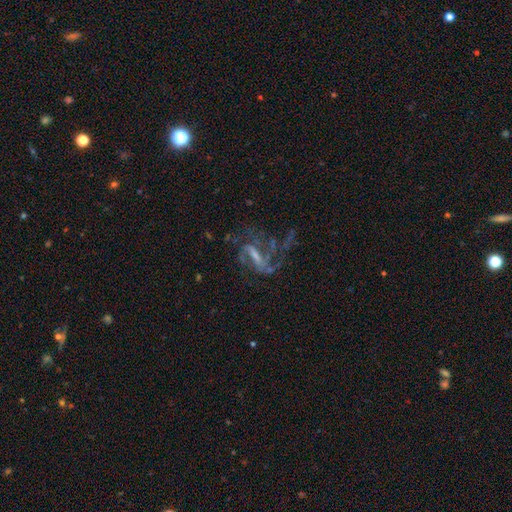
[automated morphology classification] Smooth or featured: featured or disk — 77% (star or artifact — 14%)
Edge-on disk: no — 92% (yes — 8%)
Bar: strong — 42% (weak — 38%)
Spiral arms: yes — 83% (no — 17%)
Spiral winding: loose — 42% (medium — 41%)
Spiral arm count: 2 — 35% (can't tell — 26%)
Bulge size: small — 37% (none — 28%)
Merging: none — 42% (major disturbance — 38%)